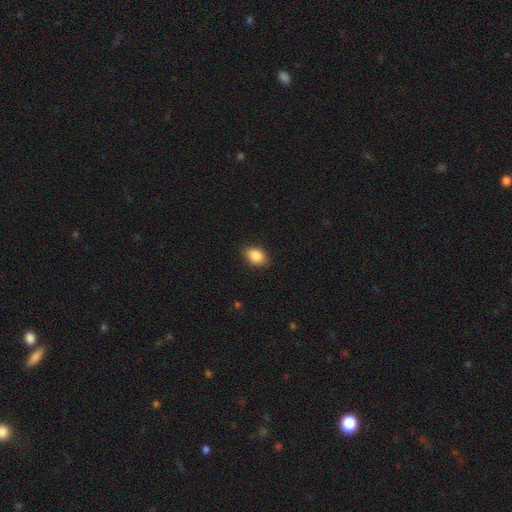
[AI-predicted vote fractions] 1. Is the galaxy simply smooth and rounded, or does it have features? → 87% smooth, 8% star or artifact, 5% featured or disk.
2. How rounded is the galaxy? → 80% in between, 18% round, 2% cigar-shaped.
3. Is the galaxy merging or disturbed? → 84% none, 12% minor disturbance, 2% major disturbance, 1% merger.